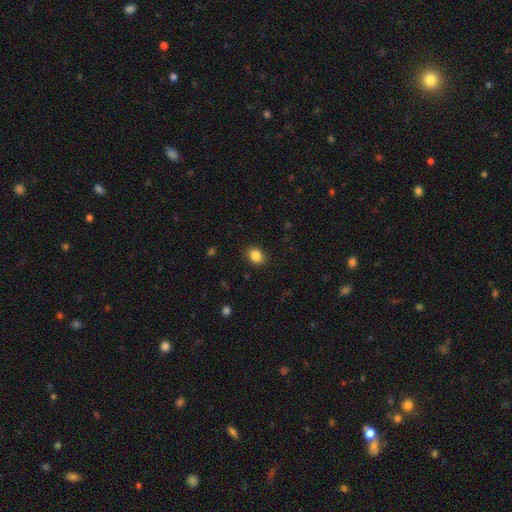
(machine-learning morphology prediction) This appears to be a smooth galaxy with no disk features (85%) that is in between round and cigar-shaped (50%, tied with round). Merging: none (88%).